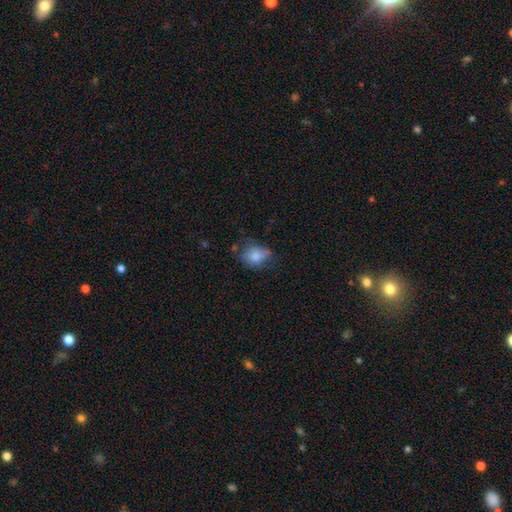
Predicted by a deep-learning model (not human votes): This appears to be a smooth galaxy with no disk features (72%) that is in between round and cigar-shaped (64%). Merging: none (47%).